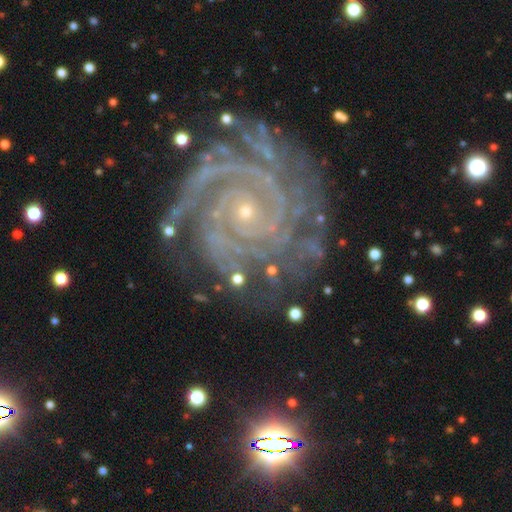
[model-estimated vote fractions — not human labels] Overall: featured or disk (92%). Edge-on disk: no (98%). Bar: no (76%). Spiral arms: yes (99%). Spiral arm count: 2 (26%; 3 23%). Spiral winding: tight (84%). Bulge size: small (83%). Merging: none (74%).